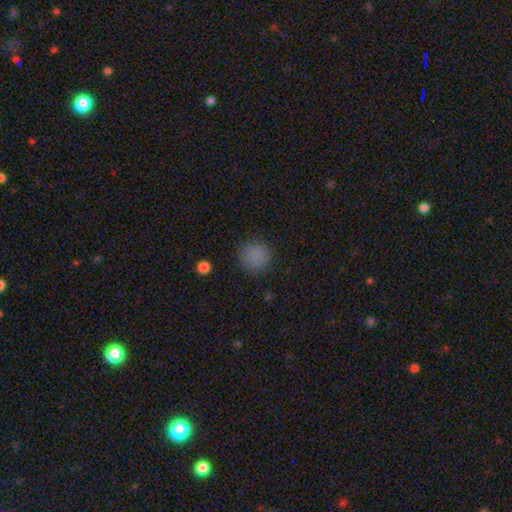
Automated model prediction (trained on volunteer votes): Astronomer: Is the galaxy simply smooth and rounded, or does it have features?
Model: smooth — 83%.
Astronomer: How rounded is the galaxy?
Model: round — 94%.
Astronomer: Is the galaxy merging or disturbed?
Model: none — 88%.